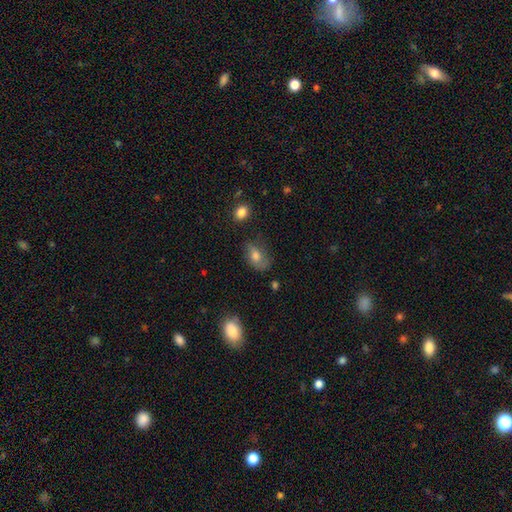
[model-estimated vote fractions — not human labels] Q: Smooth or featured?
A: smooth (64%); runner-up: featured or disk (24%)
Q: How rounded?
A: in between (83%); runner-up: round (14%)
Q: Merging?
A: none (58%); runner-up: minor disturbance (28%)